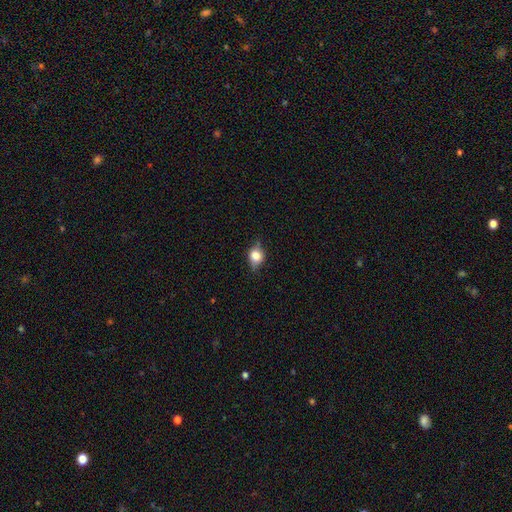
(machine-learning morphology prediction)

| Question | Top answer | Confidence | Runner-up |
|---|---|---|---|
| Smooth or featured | smooth | 64% | featured or disk (25%) |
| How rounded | round | 57% | in between (40%) |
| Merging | none | 71% | minor disturbance (23%) |